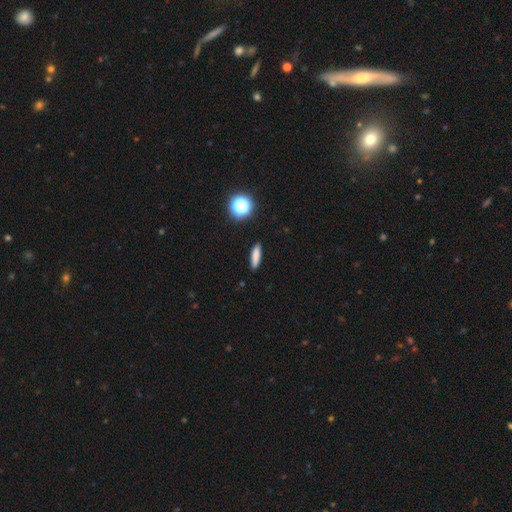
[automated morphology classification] Smooth or featured: smooth — 80% (star or artifact — 11%)
How rounded: cigar-shaped — 71% (in between — 25%)
Merging: none — 89% (minor disturbance — 7%)